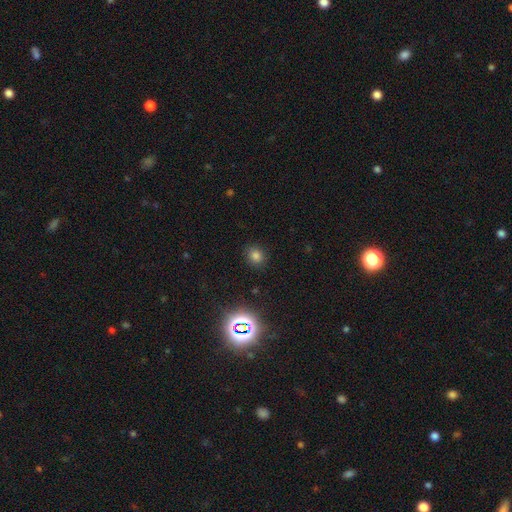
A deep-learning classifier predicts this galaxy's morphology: Smooth or featured: smooth — 74% (star or artifact — 20%)
How rounded: round — 77% (in between — 22%)
Merging: none — 88% (minor disturbance — 8%)